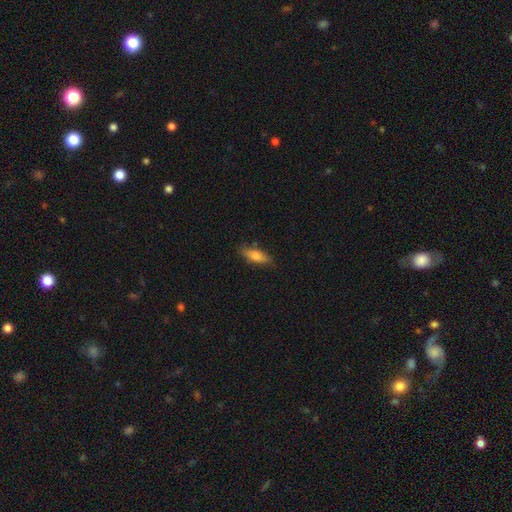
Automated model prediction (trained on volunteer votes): This is likely a smooth galaxy (74%). How rounded: possibly in between (55%). Merging: likely none (79%).